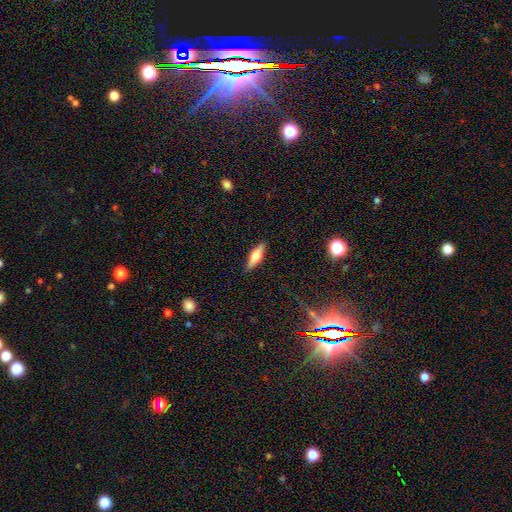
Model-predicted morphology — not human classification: This appears to be a smooth galaxy with no disk features (51%) that is cigar-shaped (59%). Merging: none (88%).